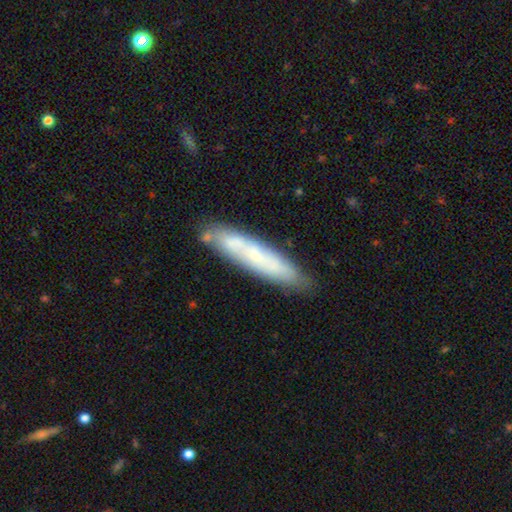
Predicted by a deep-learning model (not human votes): Overall: smooth (47%; featured or disk 46%). Merging: none (77%).